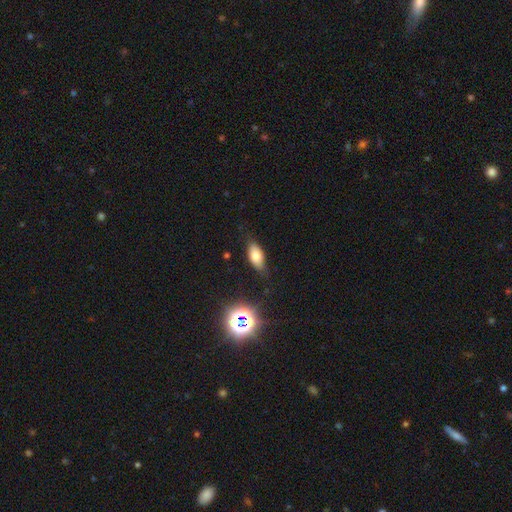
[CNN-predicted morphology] Smooth or featured? Predicted: smooth (p=0.72). How rounded? Predicted: in between (p=0.87). Merging? Predicted: none (p=0.78).